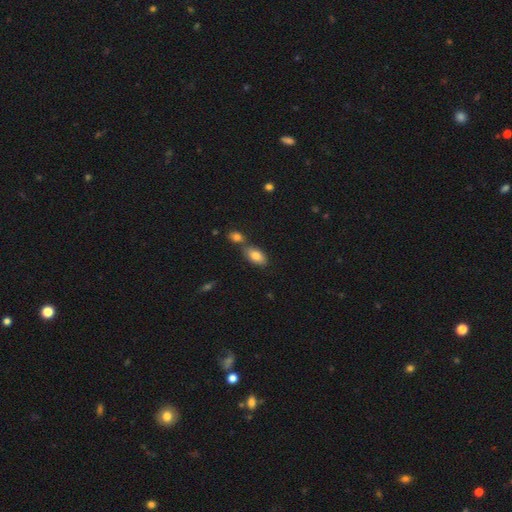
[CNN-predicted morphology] The model was most divided on "merging": none: 52%, merger: 34%, minor disturbance: 11%, major disturbance: 3%. More confident: how rounded — in between (90%); smooth or featured — smooth (81%).